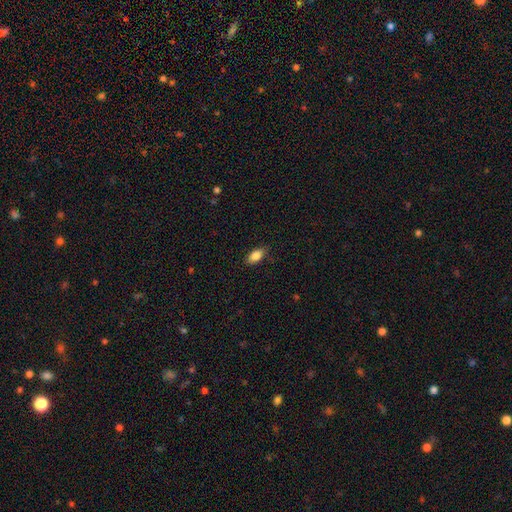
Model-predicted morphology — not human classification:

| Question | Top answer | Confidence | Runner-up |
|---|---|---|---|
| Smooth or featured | smooth | 85% | star or artifact (8%) |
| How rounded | in between | 89% | cigar-shaped (6%) |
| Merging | none | 83% | minor disturbance (13%) |